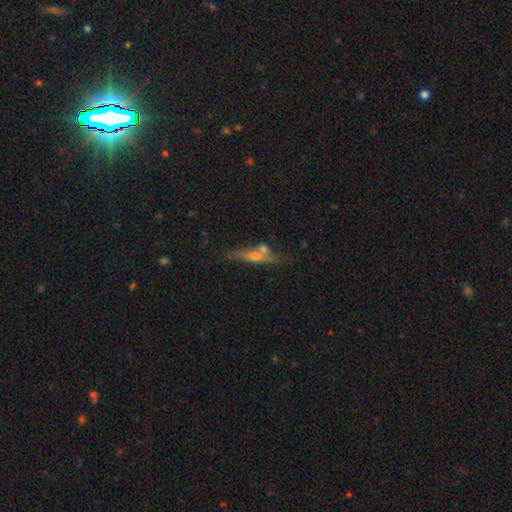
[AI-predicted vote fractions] Overall: featured or disk (59%; smooth 33%). Edge-on disk: yes (88%). Edge-on bulge: rounded (85%). Merging: none (65%).